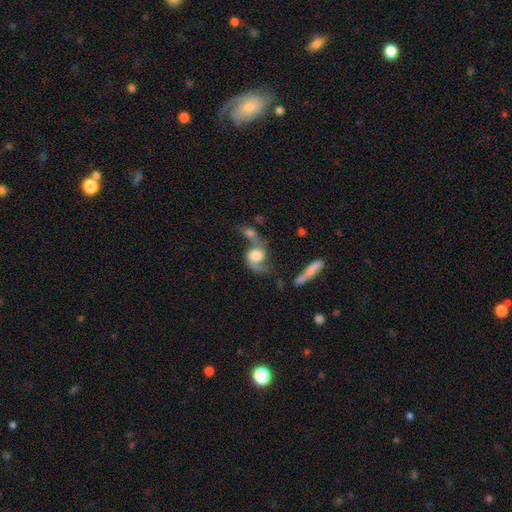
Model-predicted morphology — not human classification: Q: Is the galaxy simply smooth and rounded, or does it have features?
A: featured or disk — 66%.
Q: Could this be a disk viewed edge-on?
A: no — 95%.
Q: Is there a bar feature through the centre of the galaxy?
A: no — 67%.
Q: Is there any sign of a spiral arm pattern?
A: yes — 88%.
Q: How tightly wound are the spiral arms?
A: loose — 53%.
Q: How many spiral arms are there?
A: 2 — 78%.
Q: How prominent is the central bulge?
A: large — 44%.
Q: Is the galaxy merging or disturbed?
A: merger — 48%.